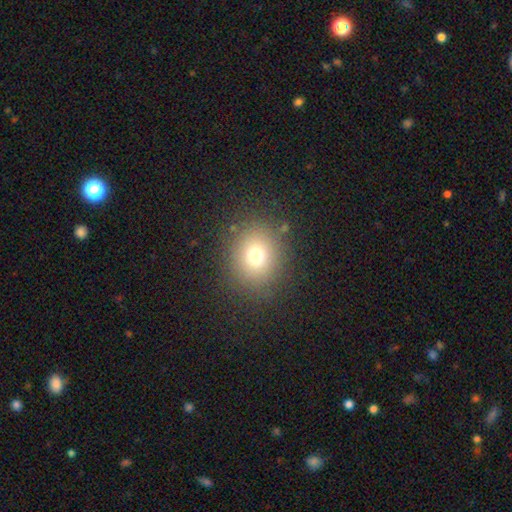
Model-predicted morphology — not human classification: Smooth or featured?
  - smooth: 72% *
  - star or artifact: 17%
  - featured or disk: 11%
How rounded?
  - round: 77% *
  - in between: 22%
  - cigar-shaped: 1%
Merging?
  - none: 85% *
  - minor disturbance: 9%
  - major disturbance: 5%
  - merger: 2%